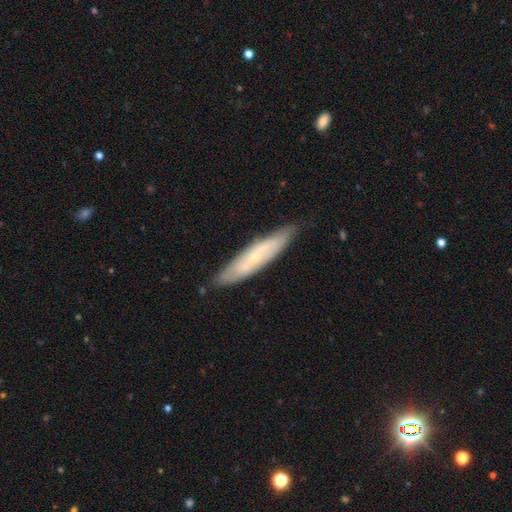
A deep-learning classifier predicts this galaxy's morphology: Smooth or featured? Predicted: featured or disk (p=0.51). Edge-on disk? Predicted: yes (p=0.54). Merging? Predicted: none (p=0.81).